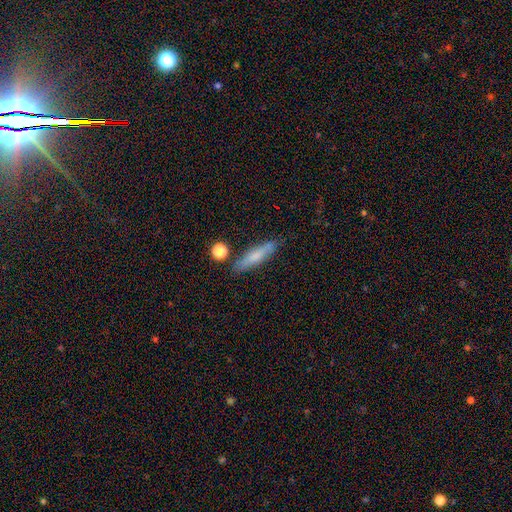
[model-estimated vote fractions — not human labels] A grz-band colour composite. It shows a smooth galaxy with no disk features (65%) that is cigar-shaped (79%). Merging: none (79%).